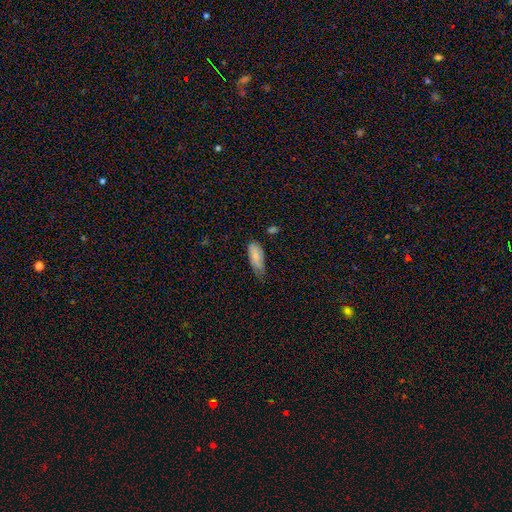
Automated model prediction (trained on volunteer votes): A smooth galaxy with no disk features (78%) that is in between round and cigar-shaped (83%). Merging: none (45%).